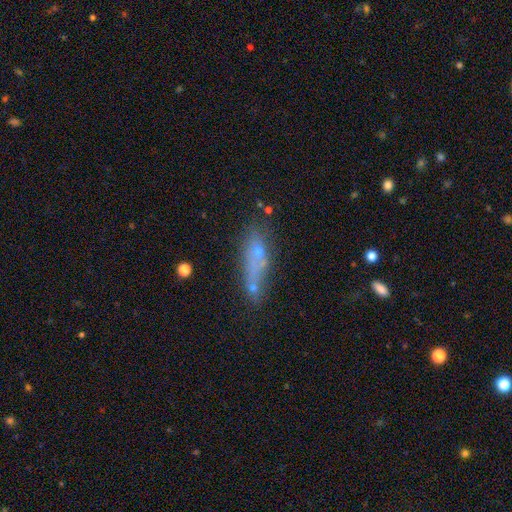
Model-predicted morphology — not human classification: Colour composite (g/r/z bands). It shows a smooth galaxy with no disk features (50%) that is cigar-shaped (59%). Merging: none (44%).